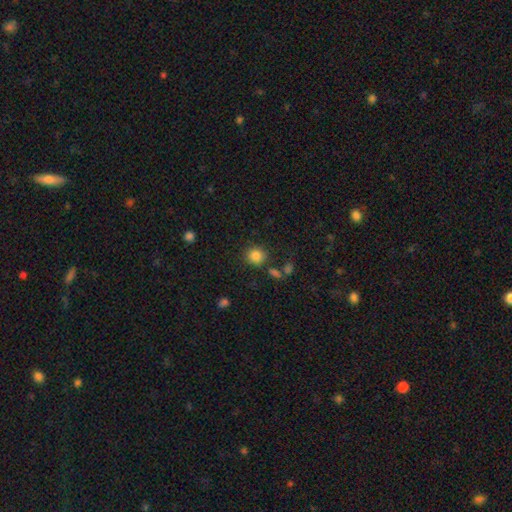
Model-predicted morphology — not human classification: A smooth galaxy with no disk features (84%) that is round (88%).

Vote fractions:
- Smooth or featured? smooth: 84% / star or artifact: 11% / featured or disk: 5%
- How rounded? round: 88% / in between: 11% / cigar-shaped: 1%
- Merging? none: 81% / minor disturbance: 10% / merger: 5% / major disturbance: 4%